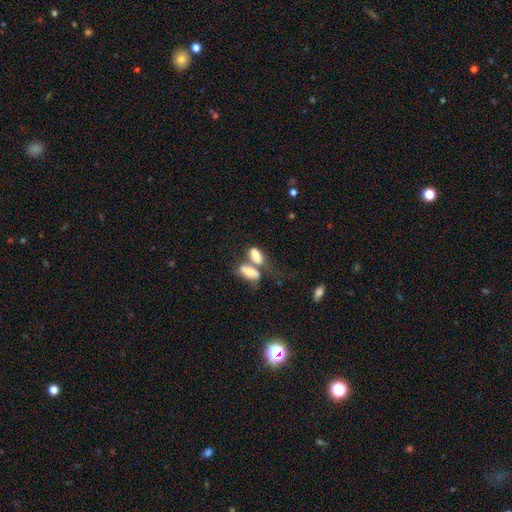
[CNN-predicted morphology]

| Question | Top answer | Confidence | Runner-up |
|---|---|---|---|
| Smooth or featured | smooth | 77% | featured or disk (15%) |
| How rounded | in between | 87% | cigar-shaped (8%) |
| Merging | merger | 61% | none (22%) |